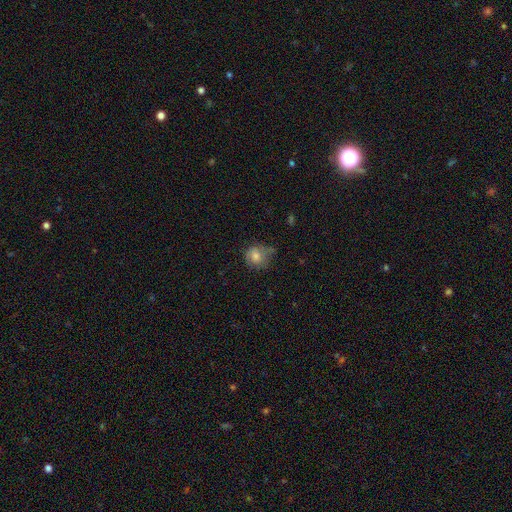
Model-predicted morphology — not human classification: Smooth or featured? Predicted: smooth (p=0.70). How rounded? Predicted: round (p=0.75). Merging? Predicted: none (p=0.52).